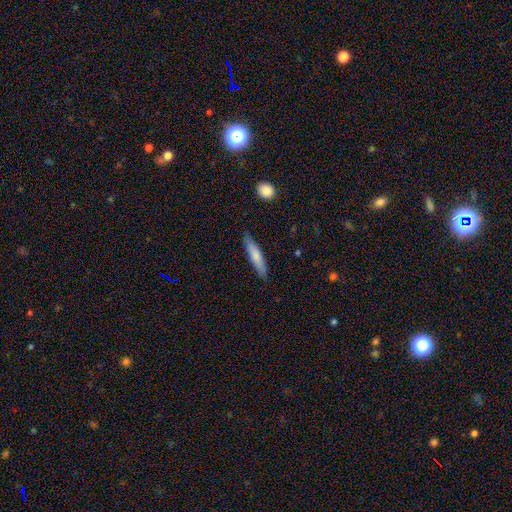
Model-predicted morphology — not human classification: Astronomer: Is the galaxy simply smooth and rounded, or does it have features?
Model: smooth — 73%.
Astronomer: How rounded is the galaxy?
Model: cigar-shaped — 86%.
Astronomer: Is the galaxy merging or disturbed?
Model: none — 86%.